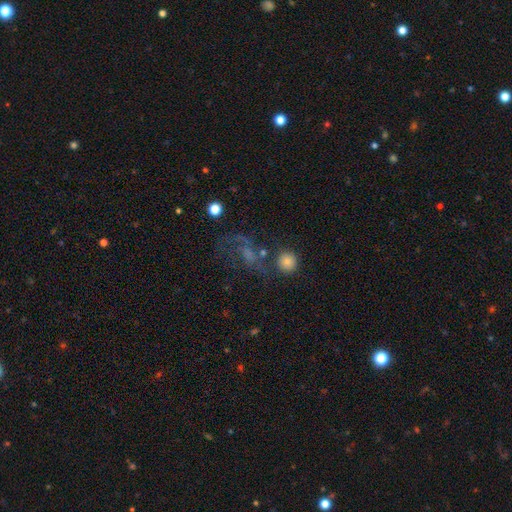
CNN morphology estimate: smooth_or_featured: featured or disk (p=0.45) [alt: smooth p=0.31]
merging: none (p=0.44) [alt: major disturbance p=0.26]